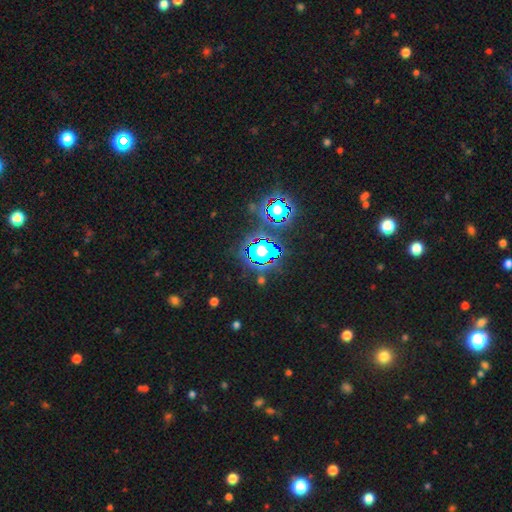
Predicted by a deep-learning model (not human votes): Overall: star or artifact (81%).